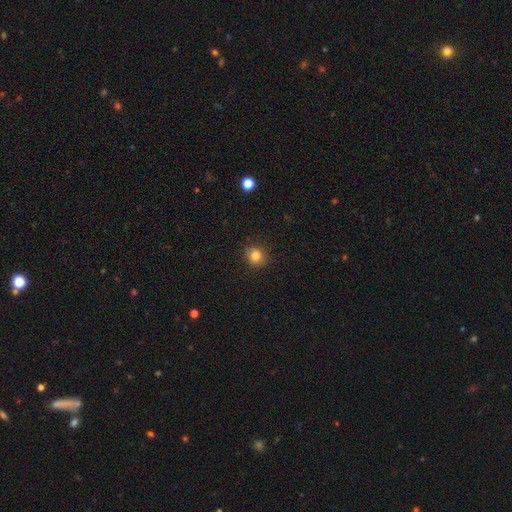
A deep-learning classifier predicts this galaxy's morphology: Q: Smooth or featured?
A: smooth (82%); runner-up: star or artifact (11%)
Q: How rounded?
A: round (73%); runner-up: in between (26%)
Q: Merging?
A: none (87%); runner-up: minor disturbance (10%)